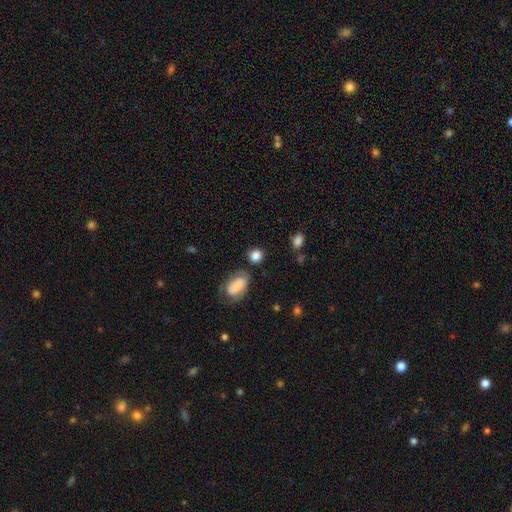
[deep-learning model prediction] Smooth or featured? smooth (83%)
How rounded? round (69%)
Merging? none (68%)